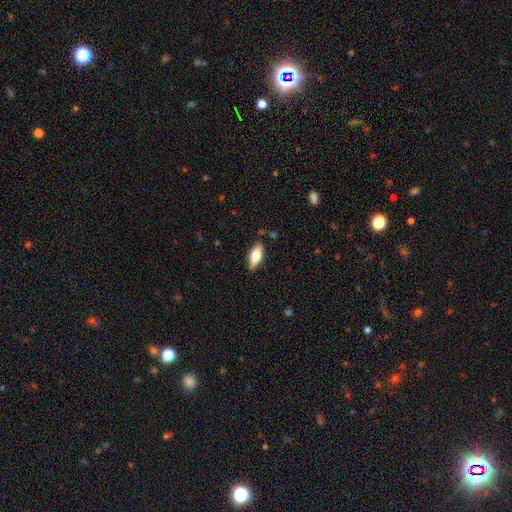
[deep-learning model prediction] Smooth or featured: smooth — 71% (featured or disk — 23%)
How rounded: in between — 81% (cigar-shaped — 16%)
Merging: none — 85% (minor disturbance — 12%)